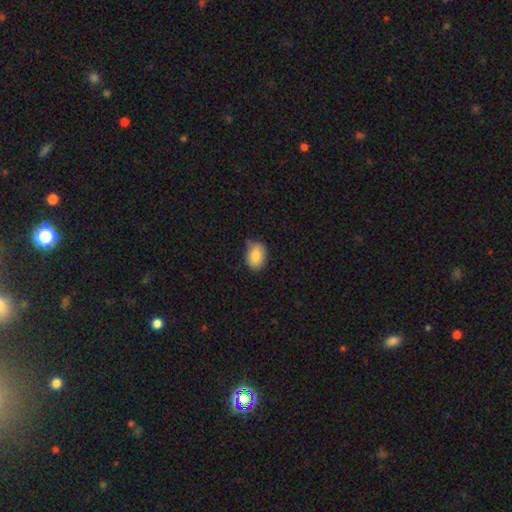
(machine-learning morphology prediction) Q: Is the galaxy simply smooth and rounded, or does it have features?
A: smooth — 84%.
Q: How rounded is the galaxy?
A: in between — 76%.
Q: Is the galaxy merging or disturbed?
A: none — 71%.